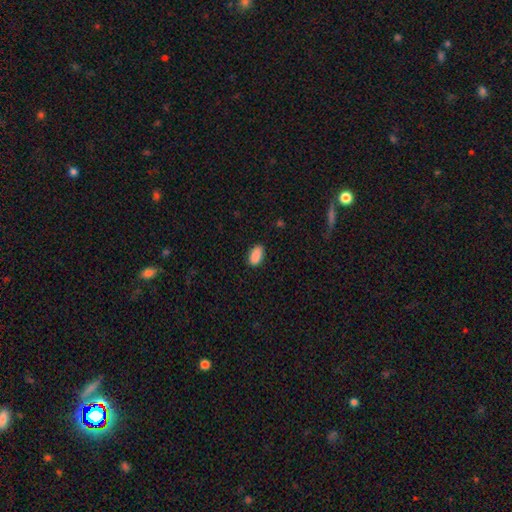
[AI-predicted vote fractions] smooth 90%, star or artifact 7%, featured or disk 3%. Down the decision tree: how rounded — in between (93%); merging — none (86%).